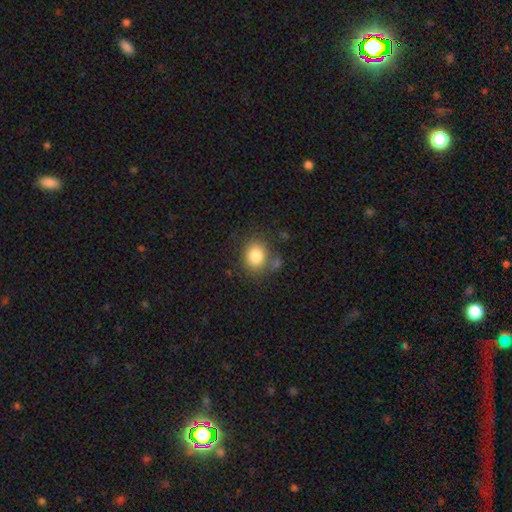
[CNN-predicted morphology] type=smooth (82%); roundness=round (64%); merging=none (73%).